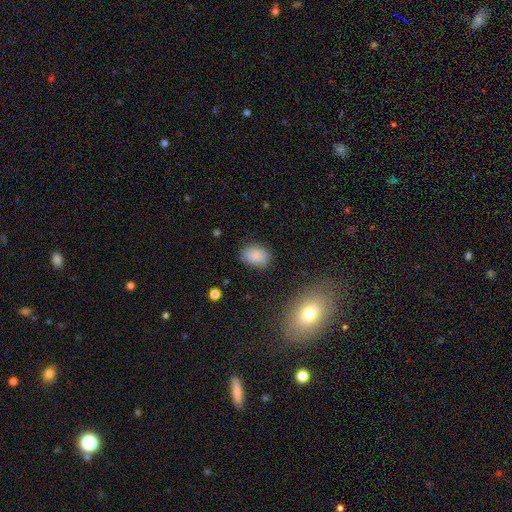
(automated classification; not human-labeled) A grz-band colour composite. It shows a smooth galaxy with no disk features (74%) that is in between round and cigar-shaped (74%). Merging: none (71%).